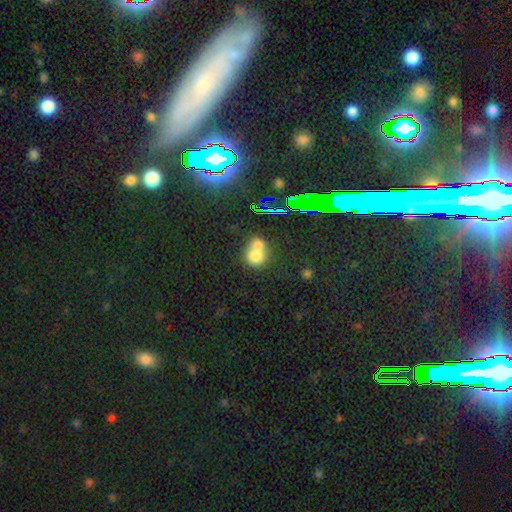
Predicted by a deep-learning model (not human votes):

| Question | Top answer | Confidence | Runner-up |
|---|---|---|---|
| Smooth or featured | smooth | 69% | star or artifact (16%) |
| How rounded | round | 73% | in between (26%) |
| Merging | merger | 58% | none (29%) |